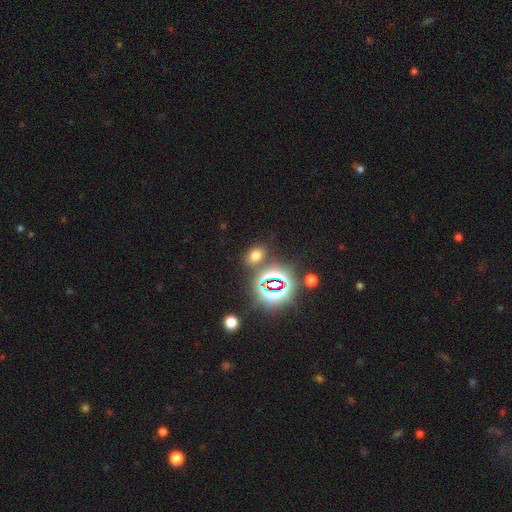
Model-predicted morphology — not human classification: Smooth or featured: smooth — 59% (star or artifact — 33%)
How rounded: in between — 74% (round — 24%)
Merging: none — 79% (minor disturbance — 9%)